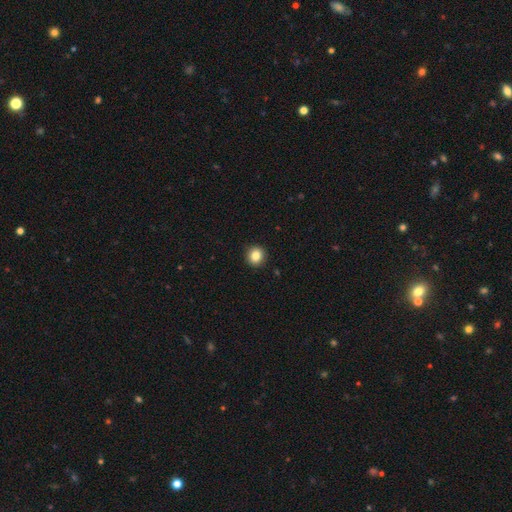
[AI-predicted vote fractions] Smooth or featured?
  - smooth: 84% *
  - star or artifact: 10%
  - featured or disk: 6%
How rounded?
  - round: 90% *
  - in between: 9%
  - cigar-shaped: 1%
Merging?
  - none: 93% *
  - minor disturbance: 5%
  - major disturbance: 2%
  - merger: 1%